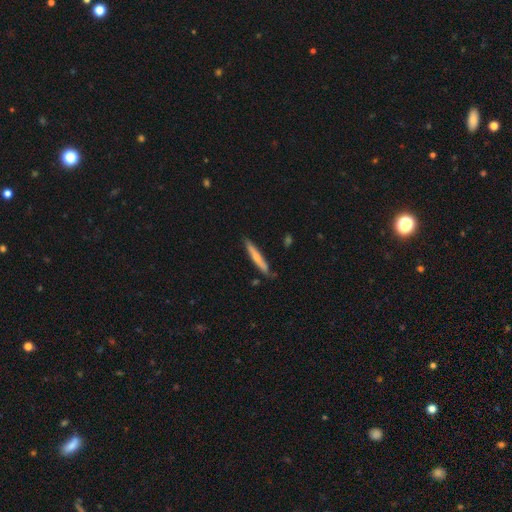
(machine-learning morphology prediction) smooth_or_featured: smooth (p=0.49) [alt: featured or disk p=0.46]
merging: none (p=0.85) [alt: minor disturbance p=0.11]